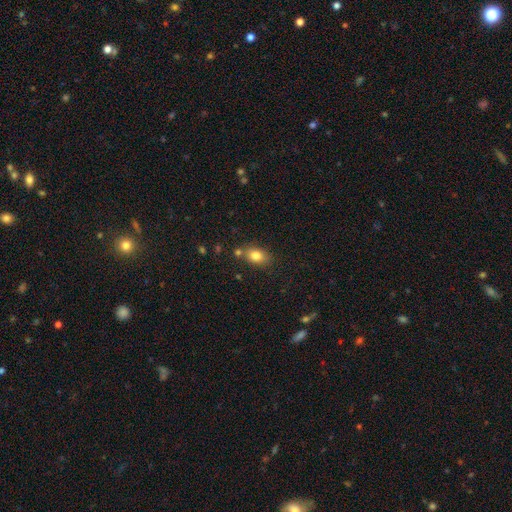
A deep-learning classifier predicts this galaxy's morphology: smooth_or_featured: smooth (p=0.81) [alt: star or artifact p=0.10]
how_rounded: in between (p=0.76) [alt: round p=0.22]
merging: none (p=0.70) [alt: minor disturbance p=0.15]